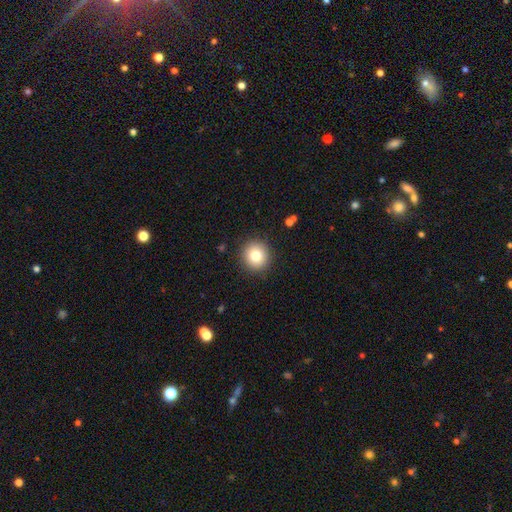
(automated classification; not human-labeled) smooth 80%, star or artifact 10%, featured or disk 9%. Down the decision tree: how rounded — round (92%); merging — none (91%).